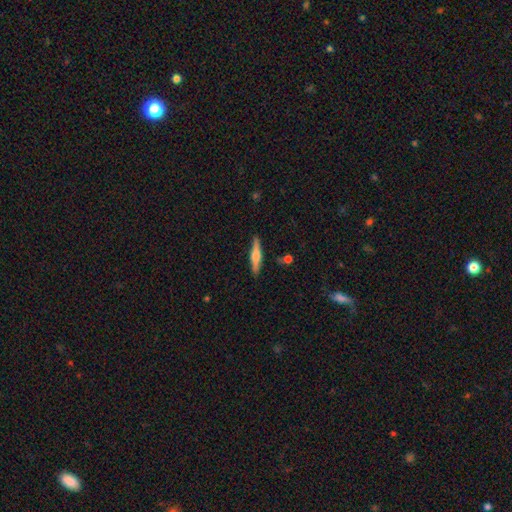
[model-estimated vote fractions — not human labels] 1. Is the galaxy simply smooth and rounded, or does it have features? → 59% featured or disk, 36% smooth, 6% star or artifact.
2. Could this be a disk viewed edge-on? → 97% yes, 3% no.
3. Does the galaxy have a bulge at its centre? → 83% rounded, 12% boxy, 5% none.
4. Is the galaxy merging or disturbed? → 88% none, 8% minor disturbance, 2% major disturbance, 2% merger.